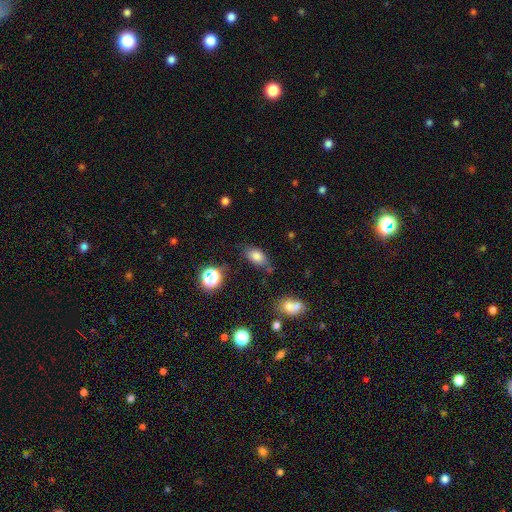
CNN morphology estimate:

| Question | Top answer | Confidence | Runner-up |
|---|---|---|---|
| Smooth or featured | smooth | 78% | star or artifact (13%) |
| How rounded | in between | 87% | round (10%) |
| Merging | none | 68% | minor disturbance (21%) |